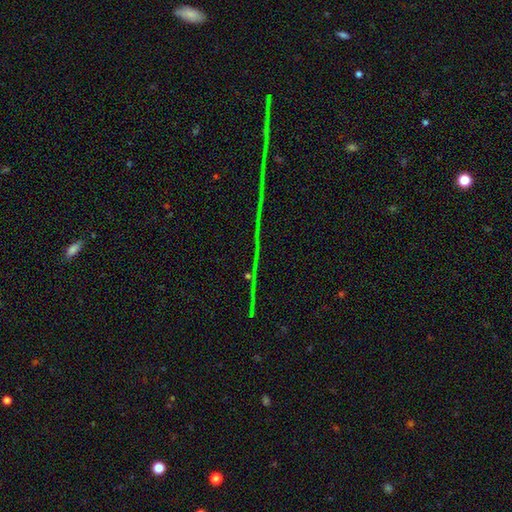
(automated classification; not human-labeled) A star or artifact, not a galaxy (83%).